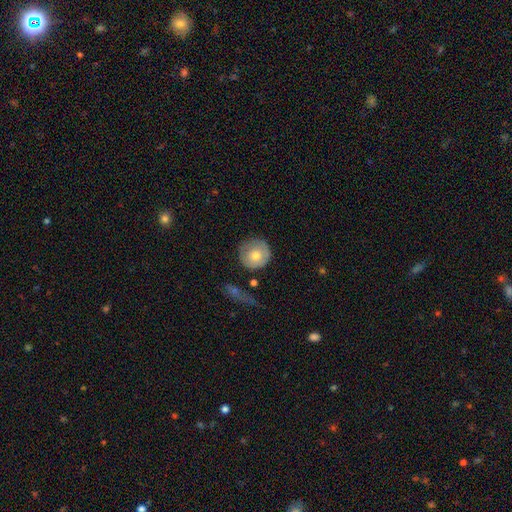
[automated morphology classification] A smooth galaxy with no disk features (66%) that is round (93%).

Vote fractions:
- Smooth or featured? smooth: 66% / featured or disk: 27% / star or artifact: 7%
- How rounded? round: 93% / in between: 6% / cigar-shaped: 1%
- Merging? none: 74% / minor disturbance: 18% / major disturbance: 5% / merger: 3%